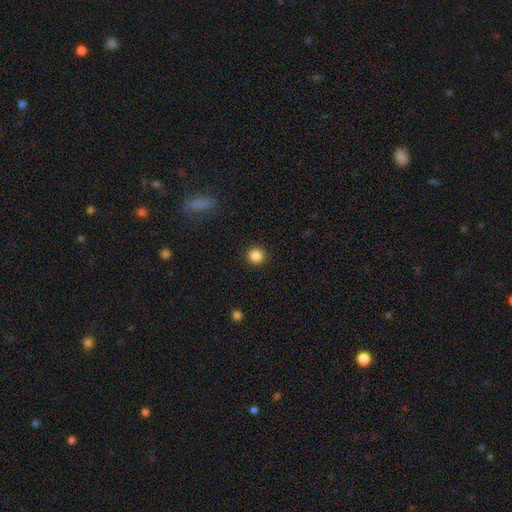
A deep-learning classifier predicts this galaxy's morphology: smooth-or-featured: smooth: 85% | star or artifact: 11% | featured or disk: 3%
  how-rounded: round: 94% | in between: 5% | cigar-shaped: 1%
  merging: none: 93% | minor disturbance: 5% | major disturbance: 2% | merger: 1%